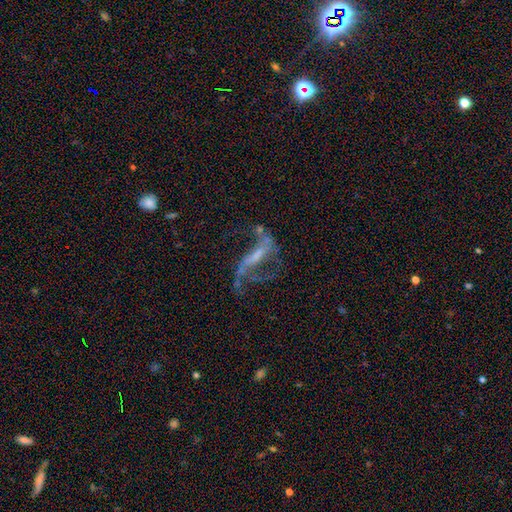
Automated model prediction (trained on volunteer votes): Morphology: type=featured or disk (74%); edge-on=no (87%); bar=strong (42%); spiral arms=yes (74%); bulge=small (39%); merging=major disturbance (40%).